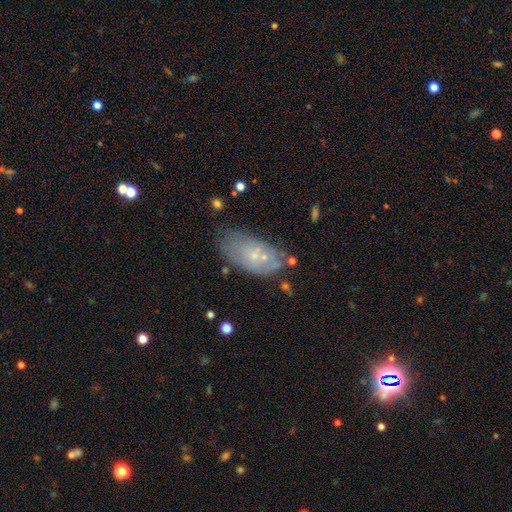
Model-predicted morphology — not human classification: smooth 49%, featured or disk 41%, star or artifact 10%. Down the decision tree: merging — none (56%).